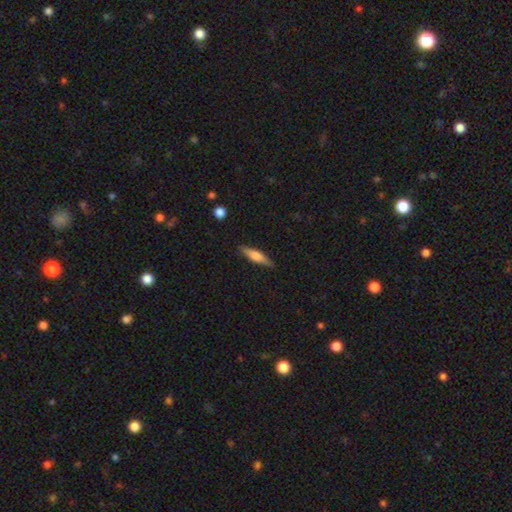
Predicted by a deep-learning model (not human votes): This appears to be a smooth galaxy with no disk features (48%). Merging: none (88%).